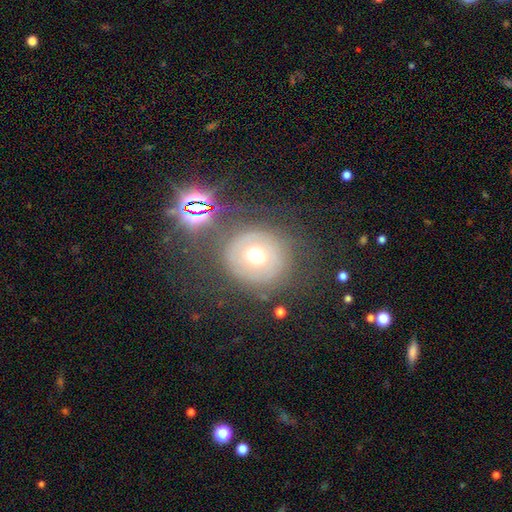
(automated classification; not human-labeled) Q: Smooth or featured?
A: smooth (45%); runner-up: featured or disk (39%)
Q: Merging?
A: none (69%); runner-up: minor disturbance (14%)